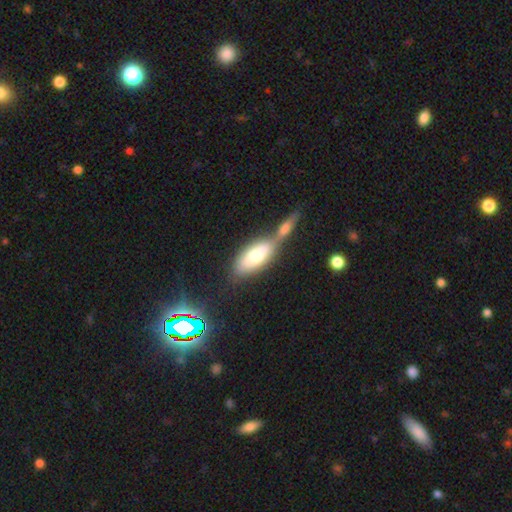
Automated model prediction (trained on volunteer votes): A smooth galaxy with no disk features (73%) that is in between round and cigar-shaped (82%).

Vote fractions:
- Smooth or featured? smooth: 73% / featured or disk: 20% / star or artifact: 7%
- How rounded? in between: 82% / cigar-shaped: 16% / round: 3%
- Merging? merger: 50% / none: 32% / minor disturbance: 11% / major disturbance: 6%